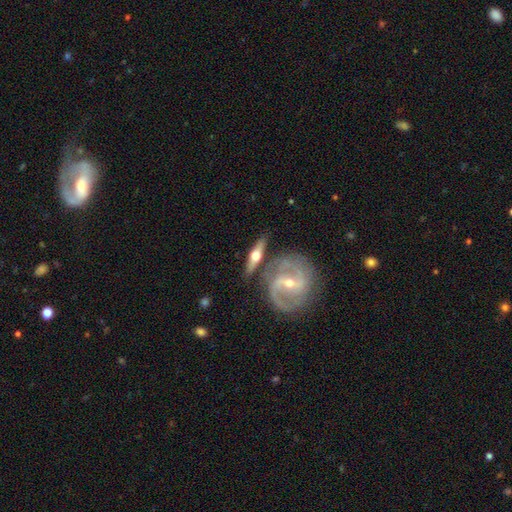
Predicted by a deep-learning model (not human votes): featured or disk 74%, smooth 21%, star or artifact 5%. Down the decision tree: edge-on disk — yes (70%); edge-on bulge — rounded (95%); merging — none (67%).